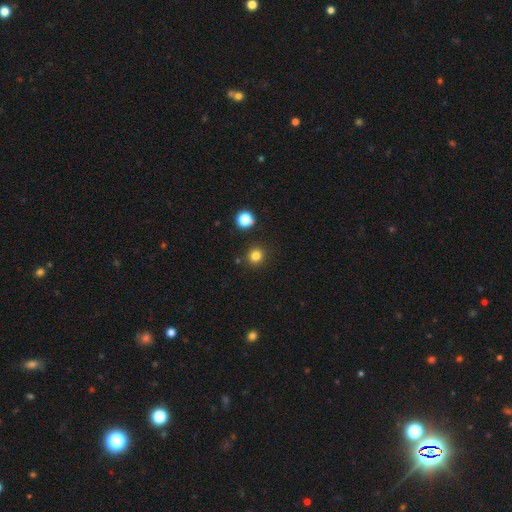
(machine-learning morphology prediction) smooth_or_featured: smooth (p=0.81) [alt: star or artifact p=0.14]
how_rounded: round (p=0.92) [alt: in between p=0.07]
merging: none (p=0.88) [alt: minor disturbance p=0.06]